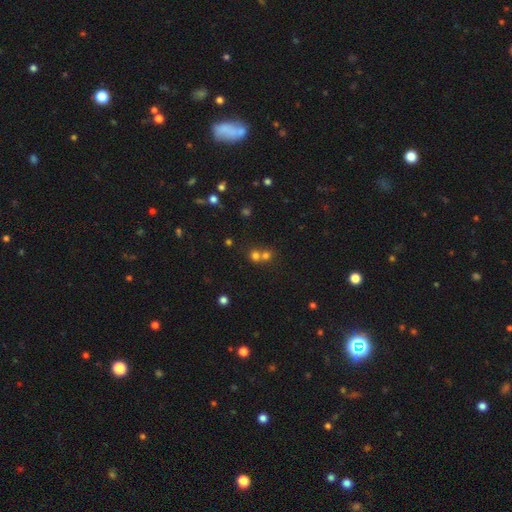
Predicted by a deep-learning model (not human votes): smooth 69%, star or artifact 21%, featured or disk 10%. Down the decision tree: how rounded — round (85%); merging — merger (53%).